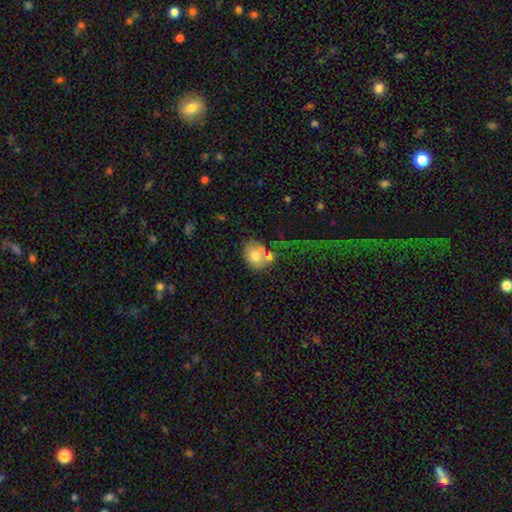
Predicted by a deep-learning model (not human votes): smooth-or-featured: smooth: 70% | featured or disk: 21% | star or artifact: 9%
  how-rounded: round: 60% | in between: 39% | cigar-shaped: 1%
  merging: none: 39% | merger: 31% | minor disturbance: 18% | major disturbance: 12%